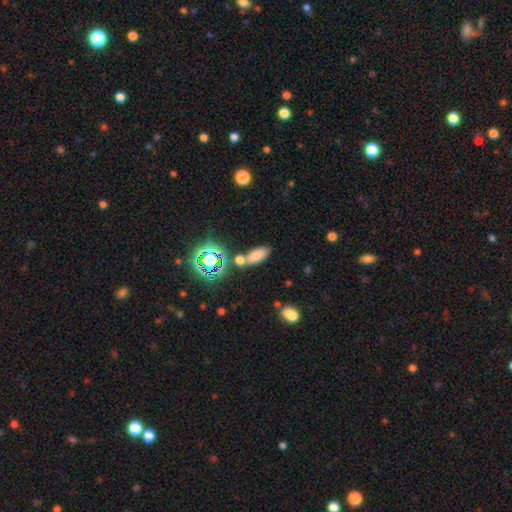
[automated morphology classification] A smooth galaxy with no disk features (69%) that is in between round and cigar-shaped (85%).

Vote fractions:
- Smooth or featured? smooth: 69% / star or artifact: 22% / featured or disk: 9%
- How rounded? in between: 85% / cigar-shaped: 9% / round: 6%
- Merging? none: 65% / merger: 19% / minor disturbance: 12% / major disturbance: 4%